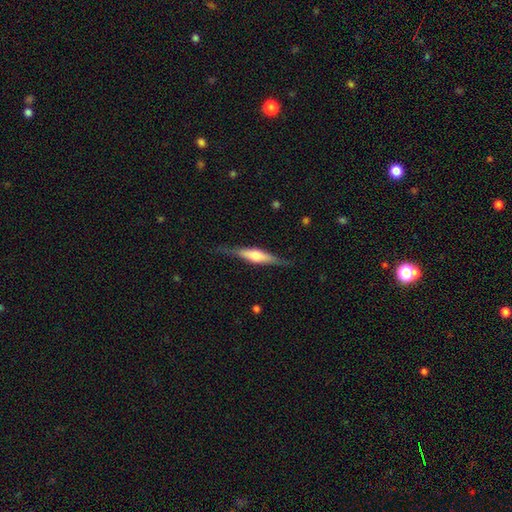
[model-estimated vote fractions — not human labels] Smooth or featured?
  - featured or disk: 62% *
  - smooth: 33%
  - star or artifact: 5%
Edge-on disk?
  - yes: 94% *
  - no: 6%
Edge-on bulge?
  - rounded: 84% *
  - boxy: 11%
  - none: 5%
Merging?
  - none: 79% *
  - minor disturbance: 16%
  - major disturbance: 4%
  - merger: 1%